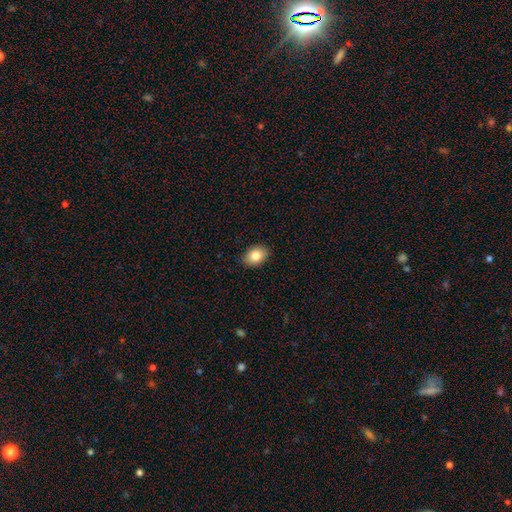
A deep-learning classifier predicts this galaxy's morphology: Smooth or featured? smooth (84%)
How rounded? in between (75%)
Merging? none (89%)